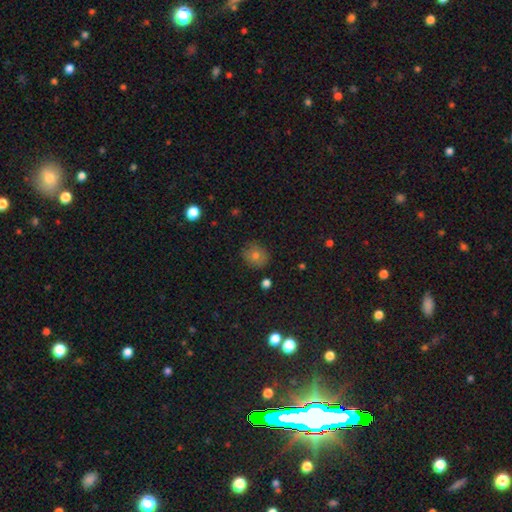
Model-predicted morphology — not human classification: Smooth or featured? smooth (67%)
How rounded? round (77%)
Merging? none (83%)